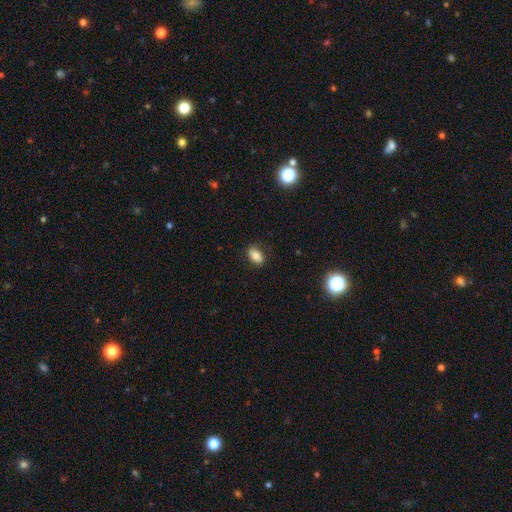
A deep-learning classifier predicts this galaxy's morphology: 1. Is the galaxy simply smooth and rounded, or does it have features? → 80% smooth, 11% featured or disk, 9% star or artifact.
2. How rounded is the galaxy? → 89% in between, 8% round, 3% cigar-shaped.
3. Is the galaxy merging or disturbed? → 82% none, 13% minor disturbance, 3% major disturbance, 1% merger.